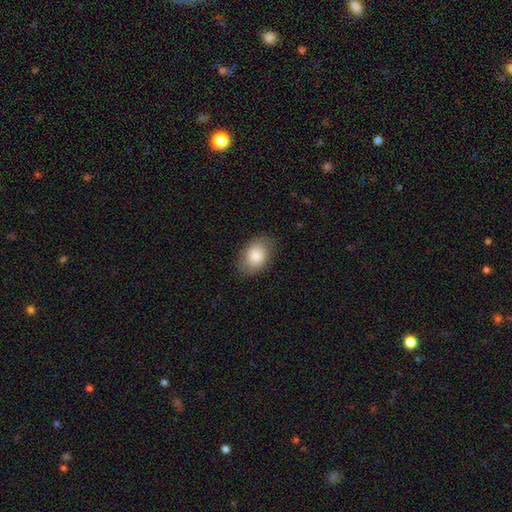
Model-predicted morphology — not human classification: This appears to be a smooth galaxy with no disk features (85%) that is in between round and cigar-shaped (79%). Merging: none (82%).